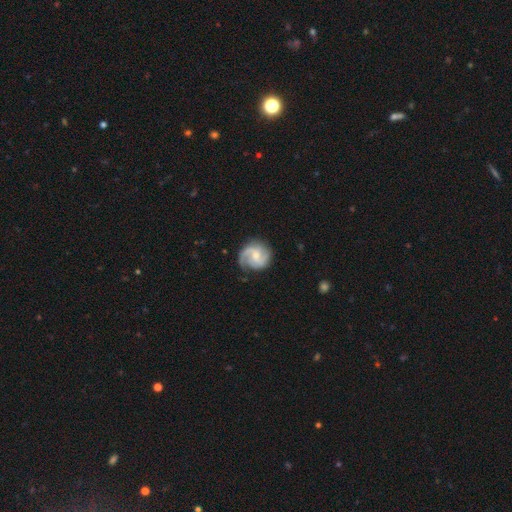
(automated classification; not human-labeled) Morphology: type=featured or disk (82%); edge-on=no (98%); bar=weak (47%); spiral arms=yes (97%); winding=medium (50%); arm count=2 (69%); bulge=small (51%); merging=none (76%).